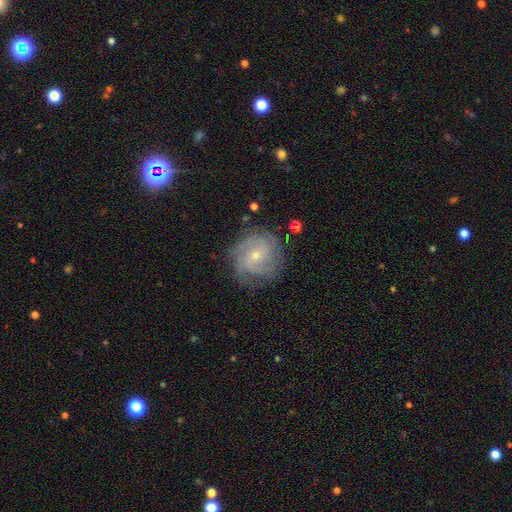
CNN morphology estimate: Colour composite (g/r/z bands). It shows a featured or disk galaxy (83%) with no bar (60%), 3 (33%) tight (54%) spiral arms (96%) and a small central bulge (70%). Merging: none (77%).